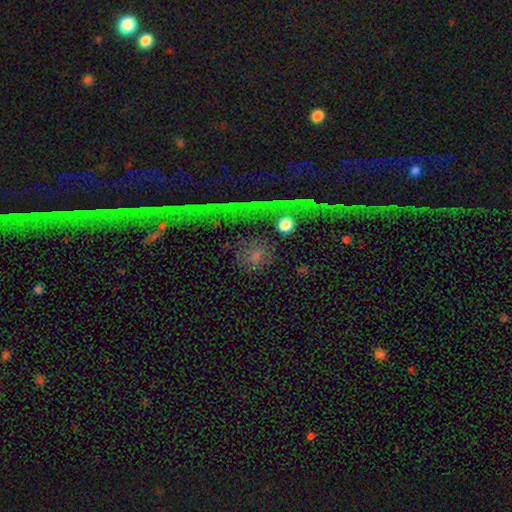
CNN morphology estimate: This appears to be a smooth galaxy with no disk features (59%) that is round (80%). Merging: none (72%).